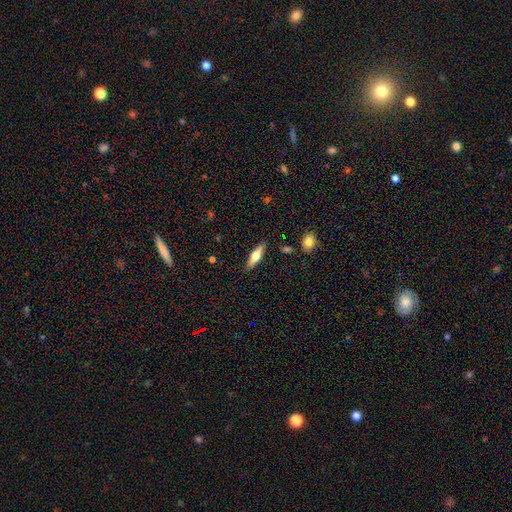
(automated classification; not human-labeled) Q: Smooth or featured?
A: smooth (49%); runner-up: featured or disk (45%)
Q: Merging?
A: none (86%); runner-up: minor disturbance (10%)